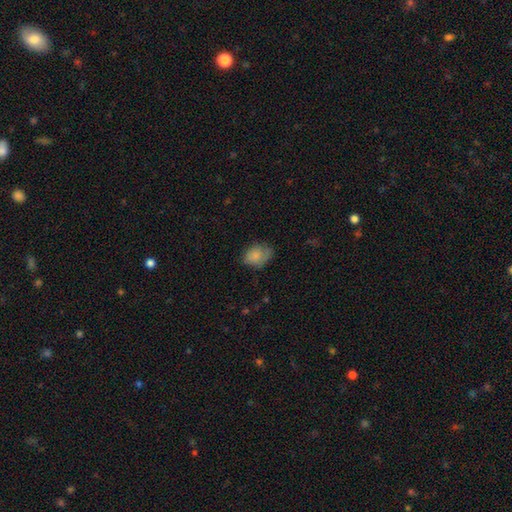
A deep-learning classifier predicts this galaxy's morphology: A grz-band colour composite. It shows a smooth galaxy with no disk features (81%) that is in between round and cigar-shaped (64%). Merging: none (54%).